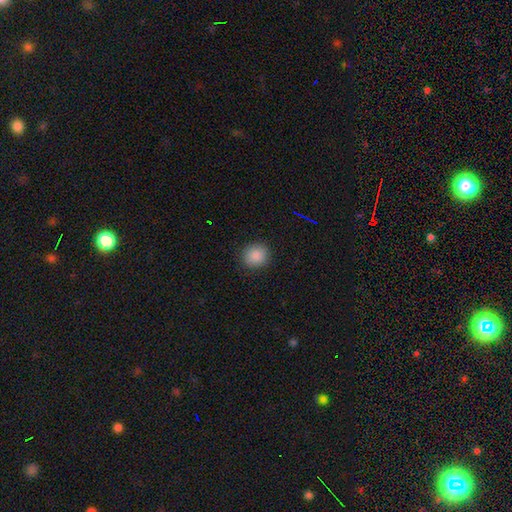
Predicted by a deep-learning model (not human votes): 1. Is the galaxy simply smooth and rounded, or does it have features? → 88% smooth, 9% star or artifact, 3% featured or disk.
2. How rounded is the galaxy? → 85% round, 14% in between, 1% cigar-shaped.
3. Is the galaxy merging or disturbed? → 90% none, 7% minor disturbance, 2% major disturbance, 1% merger.